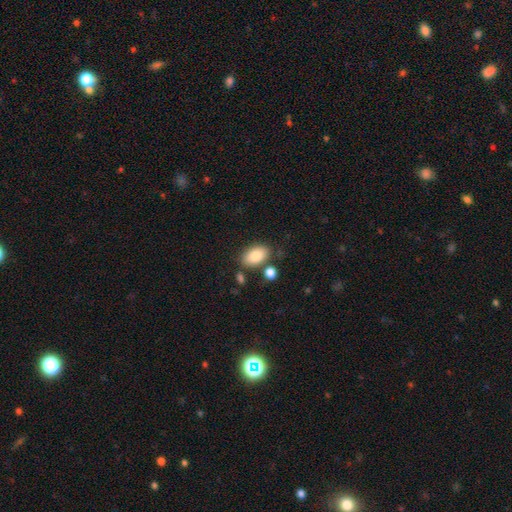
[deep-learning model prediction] This is clearly a smooth galaxy (84%). How rounded: clearly in between (91%). Merging: likely none (74%).